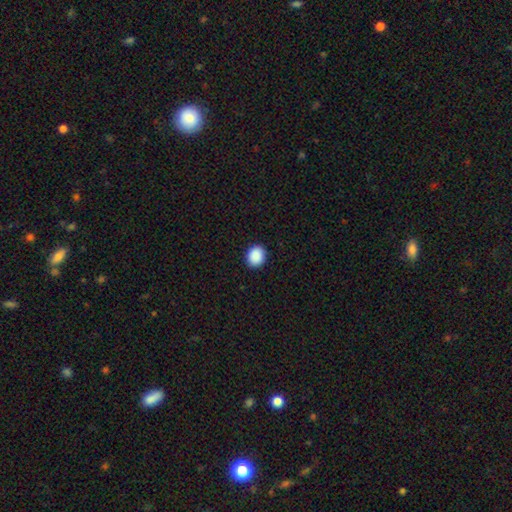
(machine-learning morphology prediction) smooth-or-featured: smooth: 90% | star or artifact: 8% | featured or disk: 2%
  how-rounded: round: 61% | in between: 38% | cigar-shaped: 1%
  merging: none: 91% | minor disturbance: 6% | major disturbance: 2% | merger: 1%